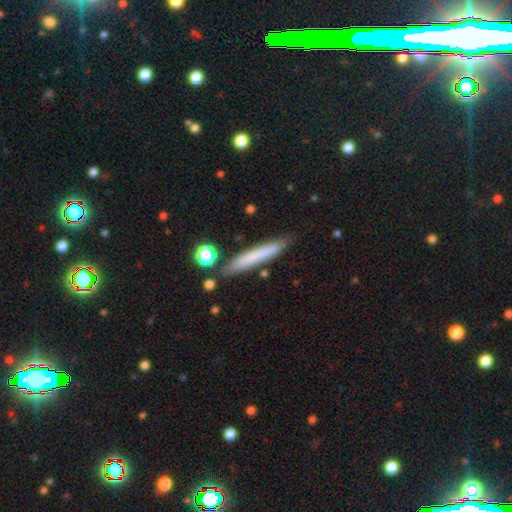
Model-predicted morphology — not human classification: Overall: smooth (68%). How rounded: cigar-shaped (95%). Merging: none (82%).